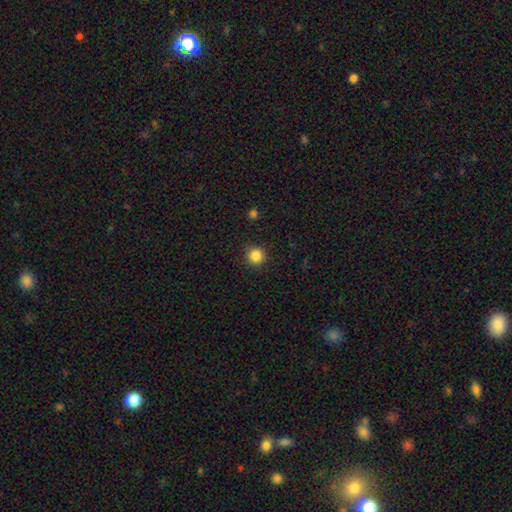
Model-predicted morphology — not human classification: The model was most divided on "smooth or featured": smooth: 85%, star or artifact: 11%, featured or disk: 3%. More confident: how rounded — round (95%); merging — none (92%).